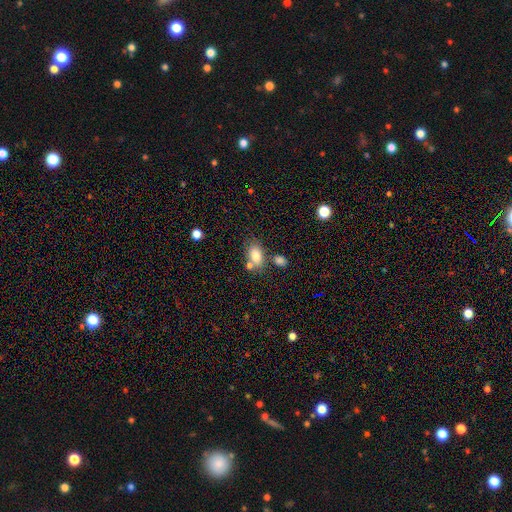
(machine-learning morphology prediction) Q: Smooth or featured?
A: smooth (81%); runner-up: featured or disk (10%)
Q: How rounded?
A: in between (87%); runner-up: round (10%)
Q: Merging?
A: none (59%); runner-up: merger (21%)